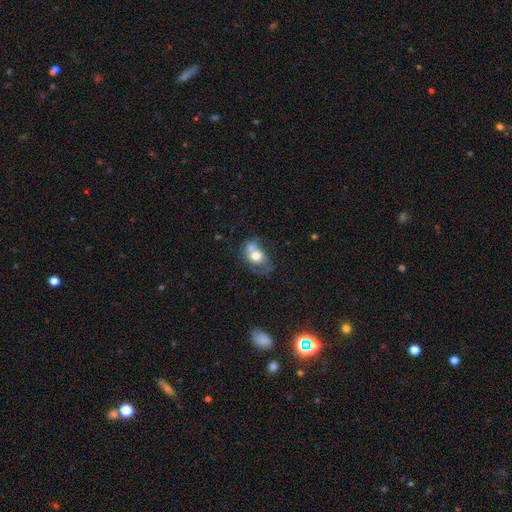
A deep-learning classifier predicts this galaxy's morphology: Smooth or featured: smooth — 63% (featured or disk — 28%)
How rounded: in between — 69% (round — 29%)
Merging: merger — 29% (none — 28%)